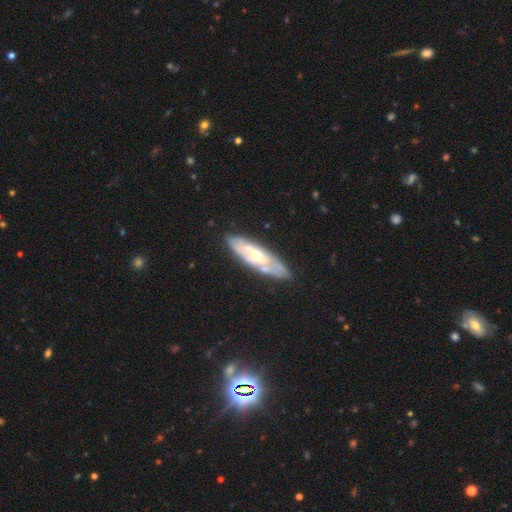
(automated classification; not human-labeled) This appears to be a featured or disk galaxy (73%) with no bar (73%), spiral arms (57%) and a moderate central bulge (62%). Merging: none (78%).